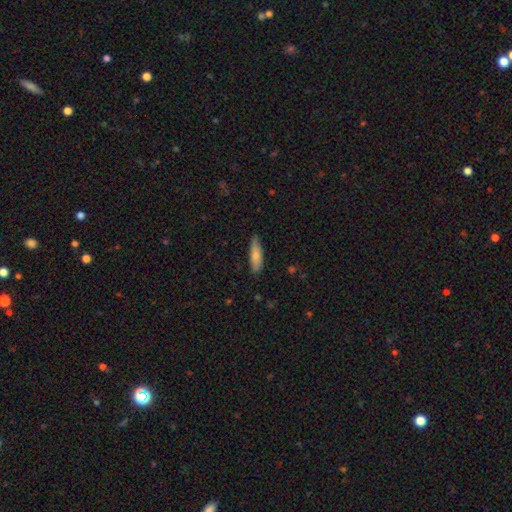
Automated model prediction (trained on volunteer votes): A smooth galaxy with no disk features (75%) that is cigar-shaped (59%).

Vote fractions:
- Smooth or featured? smooth: 75% / featured or disk: 20% / star or artifact: 6%
- How rounded? cigar-shaped: 59% / in between: 40% / round: 2%
- Merging? none: 79% / minor disturbance: 18% / major disturbance: 2% / merger: 1%